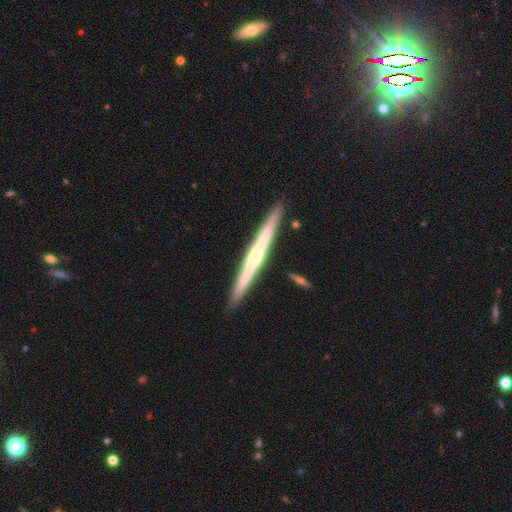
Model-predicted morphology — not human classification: The model was most divided on "edge-on bulge": rounded: 60%, none: 32%, boxy: 8%. More confident: edge-on disk — yes (98%); merging — none (91%); smooth or featured — featured or disk (69%).